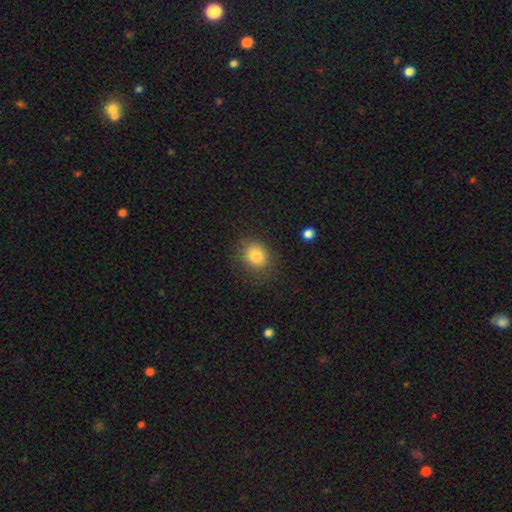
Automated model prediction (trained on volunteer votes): This is clearly a smooth galaxy (84%). How rounded: likely round (66%). Merging: likely none (77%).